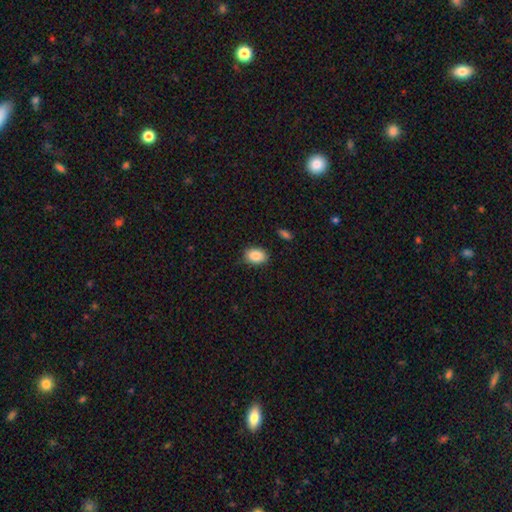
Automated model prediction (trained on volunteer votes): Smooth or featured? Predicted: smooth (p=0.88). How rounded? Predicted: in between (p=0.78). Merging? Predicted: none (p=0.84).